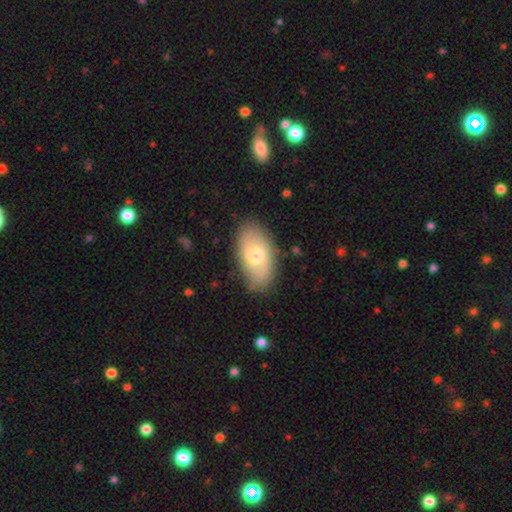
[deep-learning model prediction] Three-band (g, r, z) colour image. It shows a smooth galaxy with no disk features (62%) that is in between round and cigar-shaped (93%). Merging: none (83%).